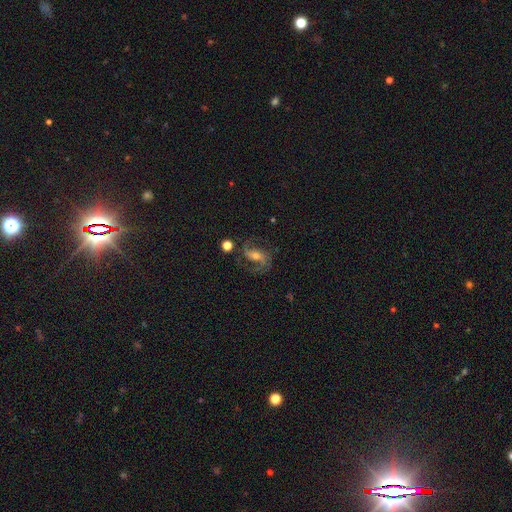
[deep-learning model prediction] Overall: featured or disk (84%). Edge-on disk: no (97%). Bar: weak (40%; no 35%). Spiral arms: yes (96%). Spiral arm count: 2 (81%). Spiral winding: medium (54%; loose 28%). Bulge size: moderate (57%; small 36%). Merging: none (69%).